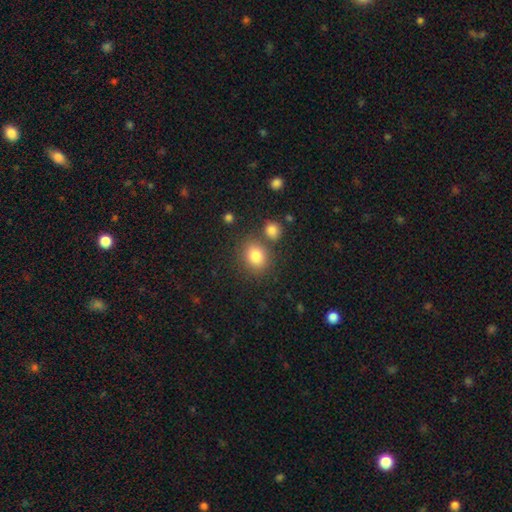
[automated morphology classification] The model was most divided on "how rounded": round: 58%, in between: 41%, cigar-shaped: 1%. More confident: smooth or featured — smooth (82%); merging — none (72%).